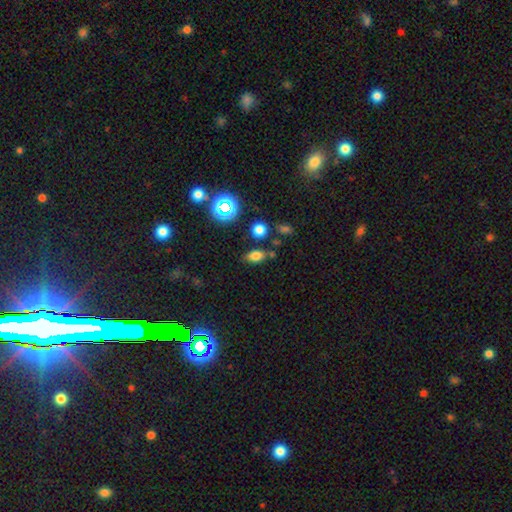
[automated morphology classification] Smooth or featured?
  - smooth: 73% *
  - star or artifact: 18%
  - featured or disk: 9%
How rounded?
  - in between: 80% *
  - round: 16%
  - cigar-shaped: 4%
Merging?
  - none: 75% *
  - minor disturbance: 14%
  - merger: 7%
  - major disturbance: 4%